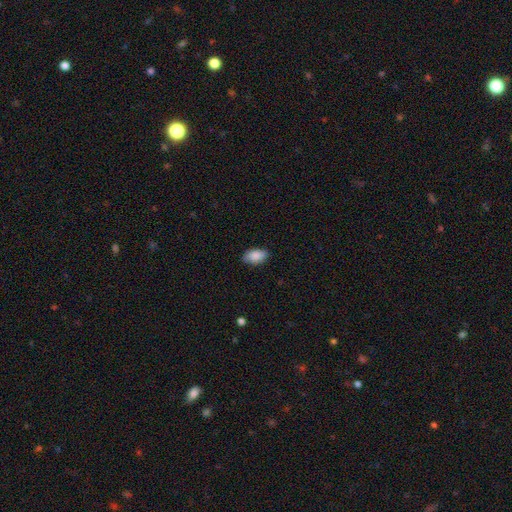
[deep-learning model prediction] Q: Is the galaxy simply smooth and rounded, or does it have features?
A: smooth — 88%.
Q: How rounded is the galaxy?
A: in between — 93%.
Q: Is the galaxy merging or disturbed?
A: none — 84%.